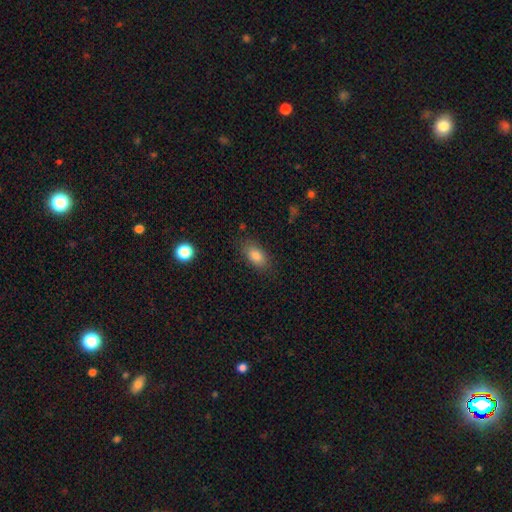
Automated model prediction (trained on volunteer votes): Smooth or featured? Predicted: smooth (p=0.84). How rounded? Predicted: in between (p=0.88). Merging? Predicted: none (p=0.83).